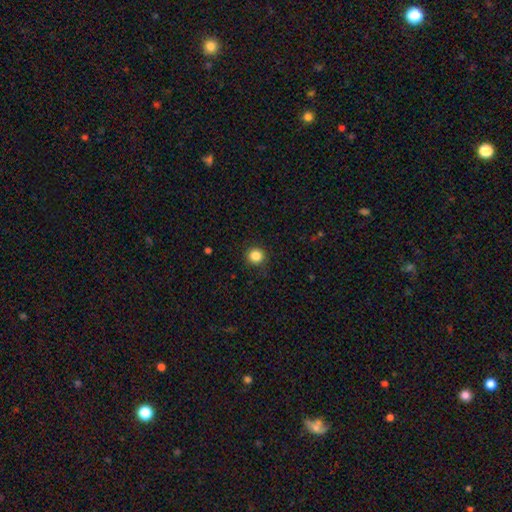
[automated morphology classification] A smooth galaxy with no disk features (85%) that is round (93%).

Vote fractions:
- Smooth or featured? smooth: 85% / star or artifact: 11% / featured or disk: 4%
- How rounded? round: 93% / in between: 6% / cigar-shaped: 1%
- Merging? none: 89% / minor disturbance: 7% / major disturbance: 2% / merger: 1%